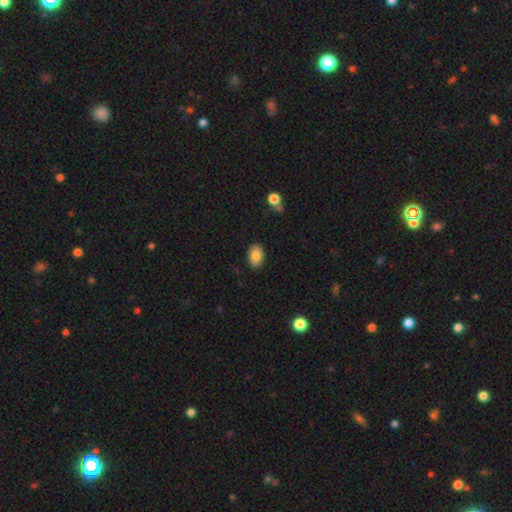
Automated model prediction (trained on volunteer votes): Q: Smooth or featured?
A: smooth (83%); runner-up: featured or disk (9%)
Q: How rounded?
A: in between (86%); runner-up: round (13%)
Q: Merging?
A: none (87%); runner-up: minor disturbance (10%)